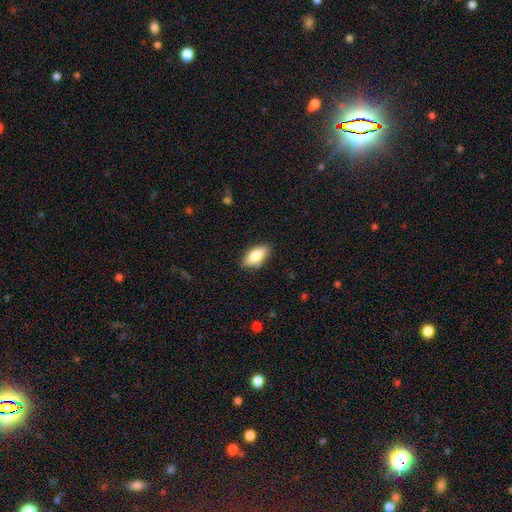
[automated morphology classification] Overall: smooth (77%). How rounded: in between (85%). Merging: none (85%).